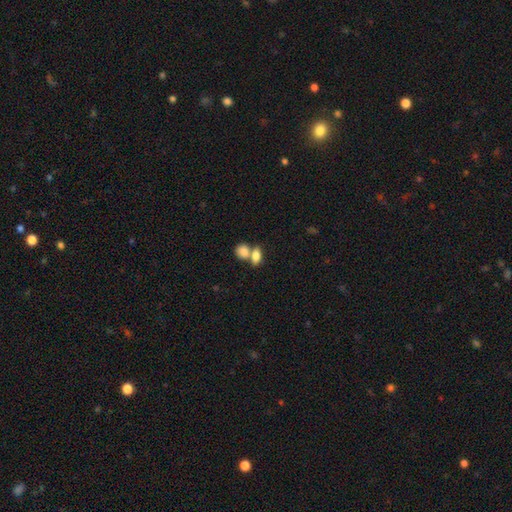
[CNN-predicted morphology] A smooth galaxy with no disk features (81%) that is in between round and cigar-shaped (77%). Merging: merger (51%).